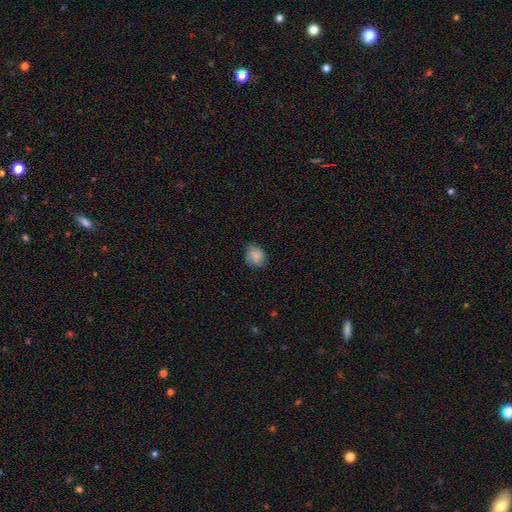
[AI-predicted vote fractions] Smooth or featured? Predicted: smooth (p=0.79). How rounded? Predicted: round (p=0.59). Merging? Predicted: none (p=0.68).